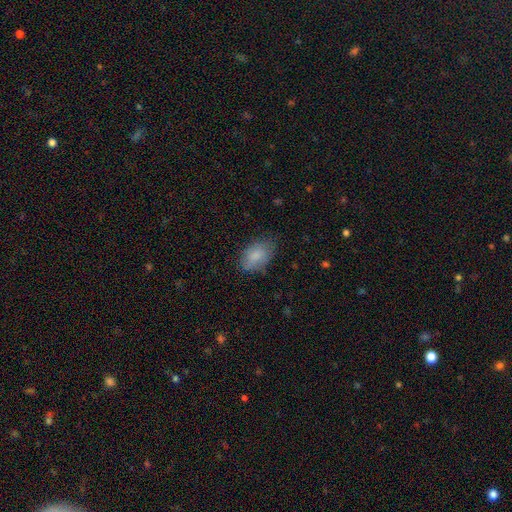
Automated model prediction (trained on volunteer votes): smooth-or-featured: smooth: 85% | featured or disk: 8% | star or artifact: 7%
  how-rounded: in between: 89% | round: 9% | cigar-shaped: 1%
  merging: none: 72% | minor disturbance: 22% | major disturbance: 5% | merger: 1%